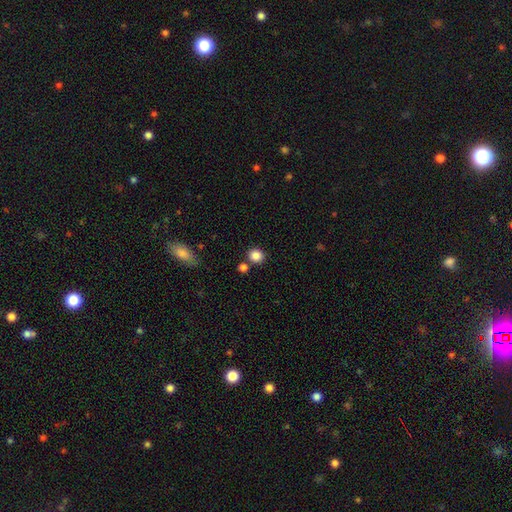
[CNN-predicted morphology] Smooth or featured: smooth — 86% (star or artifact — 10%)
How rounded: round — 82% (in between — 17%)
Merging: none — 77% (merger — 11%)